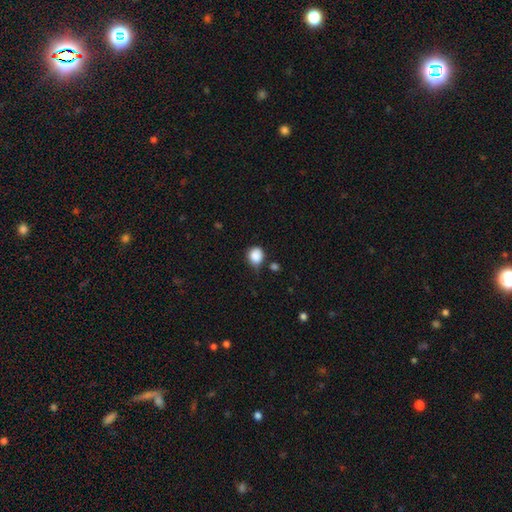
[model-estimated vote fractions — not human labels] This appears to be a smooth galaxy with no disk features (87%) that is round (75%). Merging: none (60%).